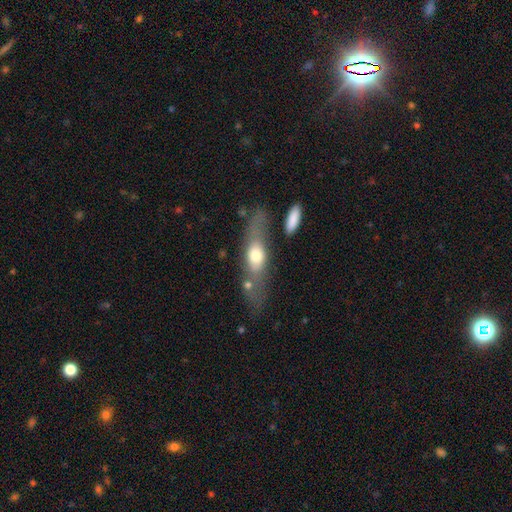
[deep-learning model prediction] The model was most divided on "how rounded": cigar-shaped: 47%, in between: 46%, round: 6%. More confident: smooth or featured — smooth (54%); merging — none (54%).